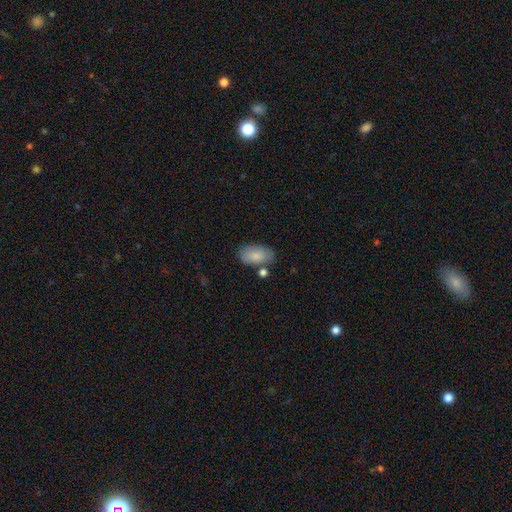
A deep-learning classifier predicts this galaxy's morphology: This appears to be a smooth galaxy with no disk features (84%) that is in between round and cigar-shaped (93%). Merging: none (69%).